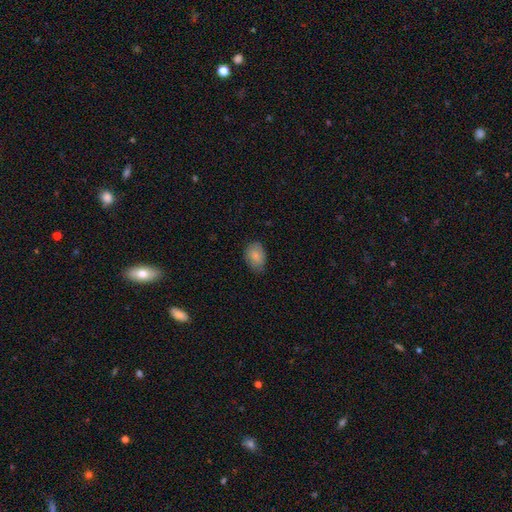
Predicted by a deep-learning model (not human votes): Morphology: type=smooth (85%); roundness=in between (80%); merging=none (71%).